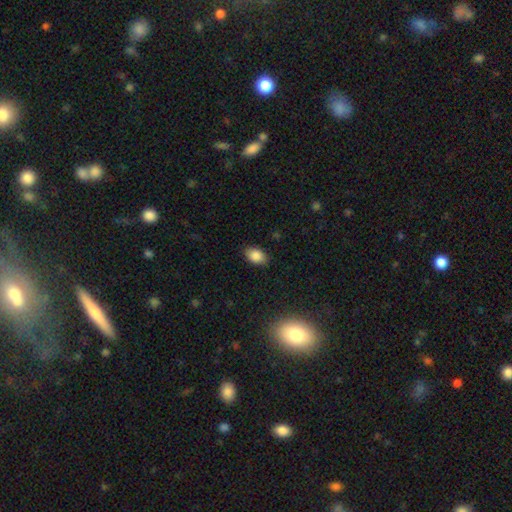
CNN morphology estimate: Q: Smooth or featured?
A: smooth (86%); runner-up: star or artifact (9%)
Q: How rounded?
A: in between (86%); runner-up: round (13%)
Q: Merging?
A: none (86%); runner-up: minor disturbance (10%)